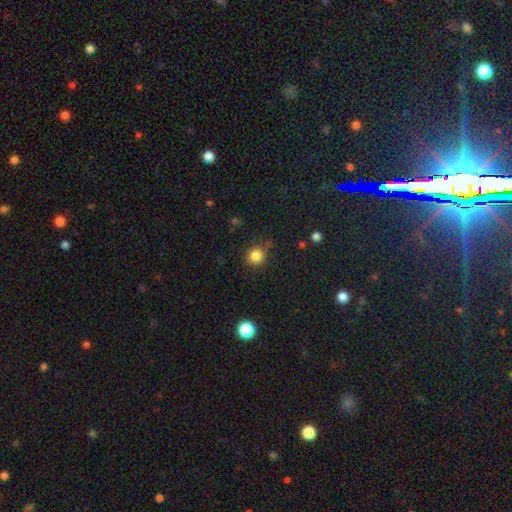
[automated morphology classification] A smooth galaxy with no disk features (84%) that is round (90%). Merging: none (82%).